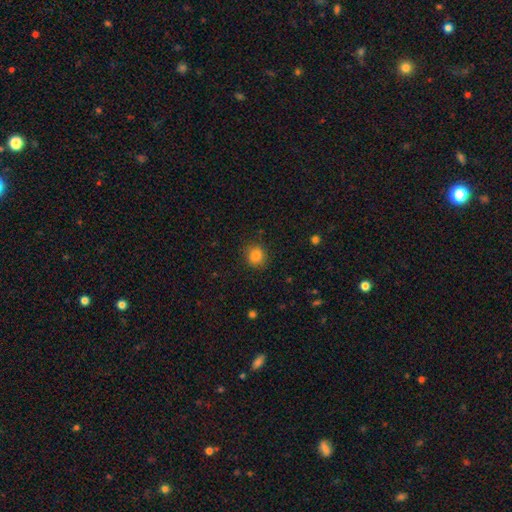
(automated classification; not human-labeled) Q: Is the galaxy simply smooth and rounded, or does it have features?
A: smooth — 84%.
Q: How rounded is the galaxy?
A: round — 85%.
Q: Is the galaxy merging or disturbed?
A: none — 88%.